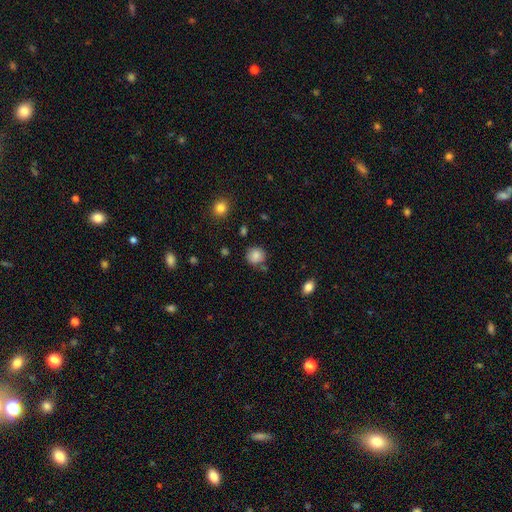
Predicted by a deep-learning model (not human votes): A smooth galaxy with no disk features (83%) that is round (85%).

Vote fractions:
- Smooth or featured? smooth: 83% / star or artifact: 10% / featured or disk: 7%
- How rounded? round: 85% / in between: 14% / cigar-shaped: 1%
- Merging? none: 76% / minor disturbance: 15% / merger: 5% / major disturbance: 4%